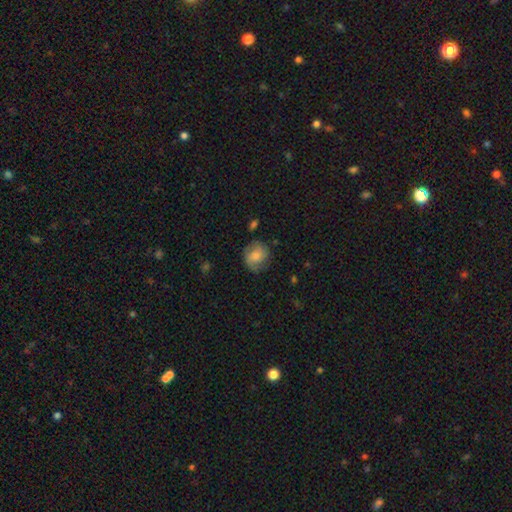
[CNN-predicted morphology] smooth 62%, featured or disk 30%, star or artifact 8%. Down the decision tree: how rounded — round (77%); merging — none (66%).